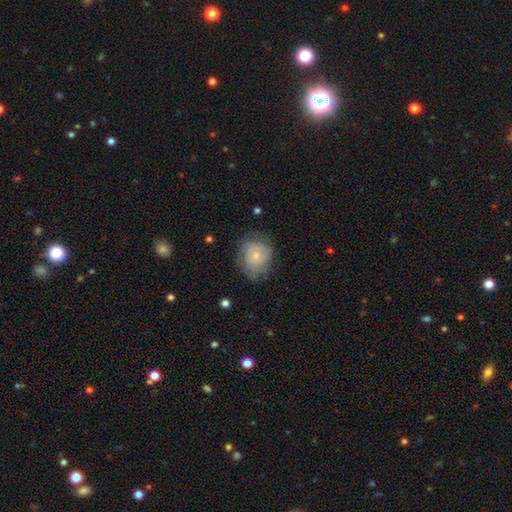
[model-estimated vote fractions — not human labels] This is possibly a featured or disk galaxy (49%). Merging: likely none (62%).